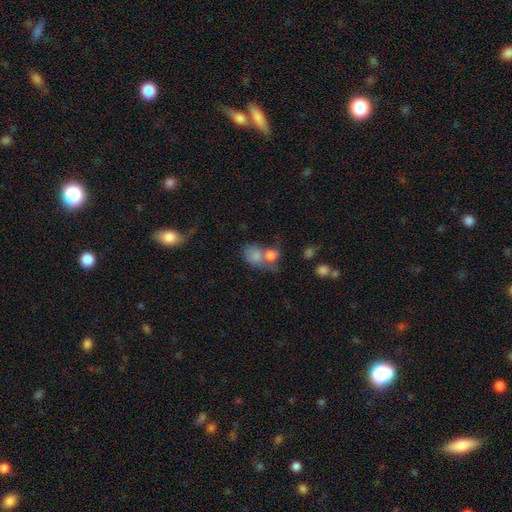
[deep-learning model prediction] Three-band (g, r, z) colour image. It shows a smooth galaxy with no disk features (73%) that is in between round and cigar-shaped (54%). Merging: merger (60%).